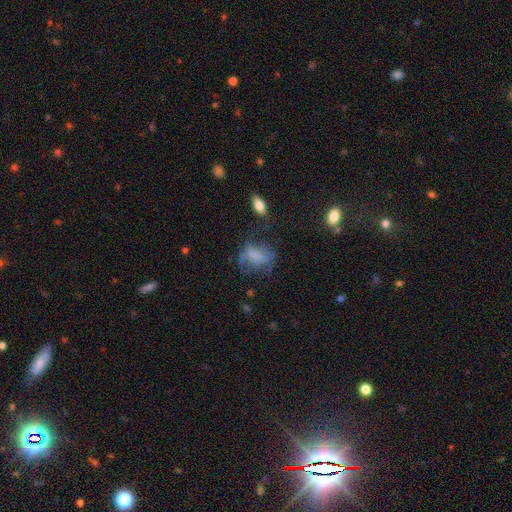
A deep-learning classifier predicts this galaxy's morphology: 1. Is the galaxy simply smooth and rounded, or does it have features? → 57% smooth, 29% featured or disk, 13% star or artifact.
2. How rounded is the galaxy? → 78% in between, 19% round, 4% cigar-shaped.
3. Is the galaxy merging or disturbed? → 39% none, 30% major disturbance, 27% minor disturbance, 4% merger.